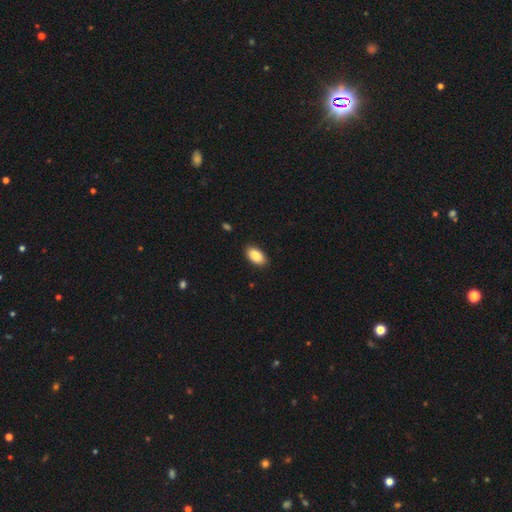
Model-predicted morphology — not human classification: This appears to be a smooth galaxy with no disk features (90%) that is in between round and cigar-shaped (95%). Merging: none (87%).